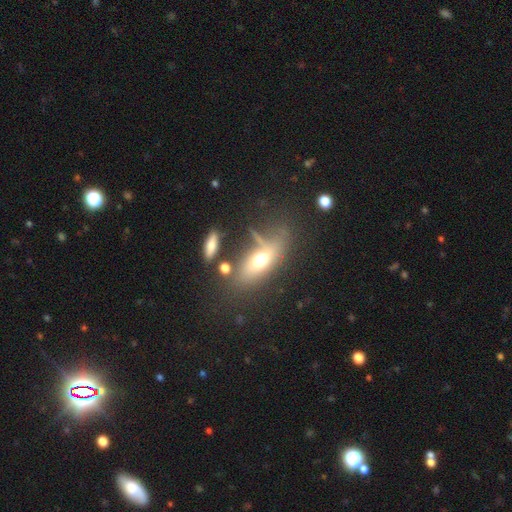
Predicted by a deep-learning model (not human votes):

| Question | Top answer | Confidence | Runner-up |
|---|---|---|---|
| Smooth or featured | featured or disk | 44% | smooth (39%) |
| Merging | none | 65% | minor disturbance (15%) |